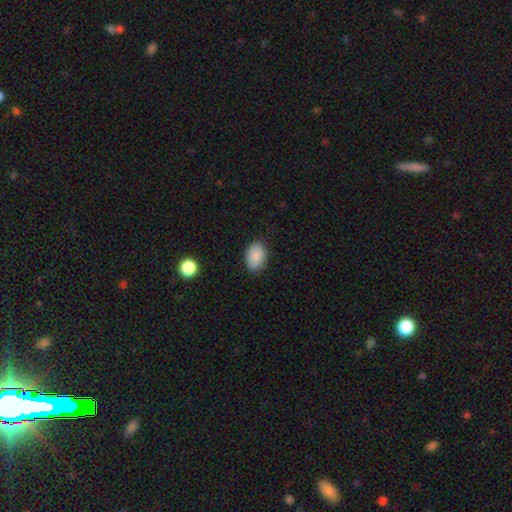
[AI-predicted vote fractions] This appears to be a smooth galaxy with no disk features (88%) that is in between round and cigar-shaped (85%). Merging: none (84%).